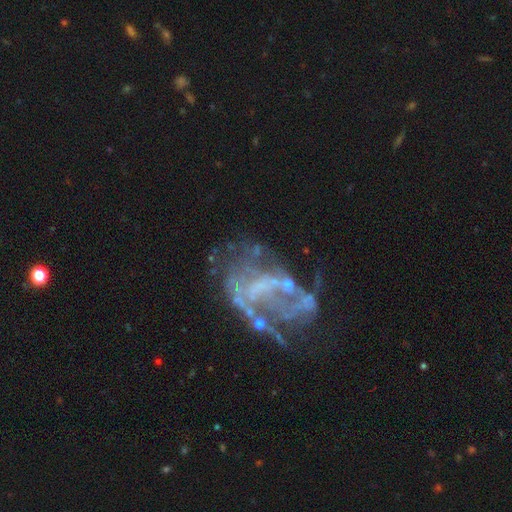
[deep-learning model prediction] Smooth or featured: featured or disk — 78% (star or artifact — 12%)
Edge-on disk: no — 98% (yes — 2%)
Bar: no — 63% (weak — 26%)
Spiral arms: no — 51% (yes — 49%)
Bulge size: none — 66% (small — 21%)
Merging: major disturbance — 38% (none — 34%)